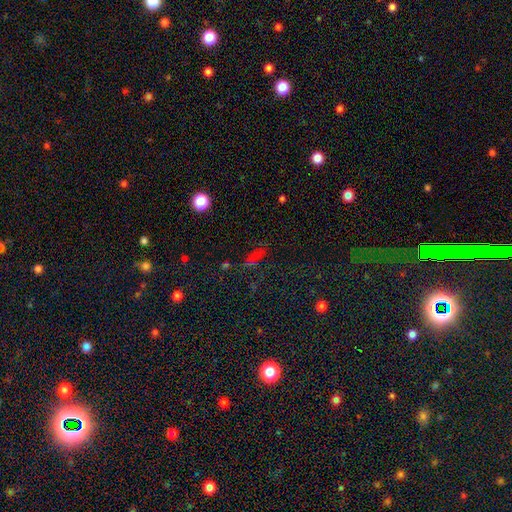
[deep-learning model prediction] A star or artifact, not a galaxy (50%).

Vote fractions:
- Smooth or featured? star or artifact: 50% / smooth: 39% / featured or disk: 11%